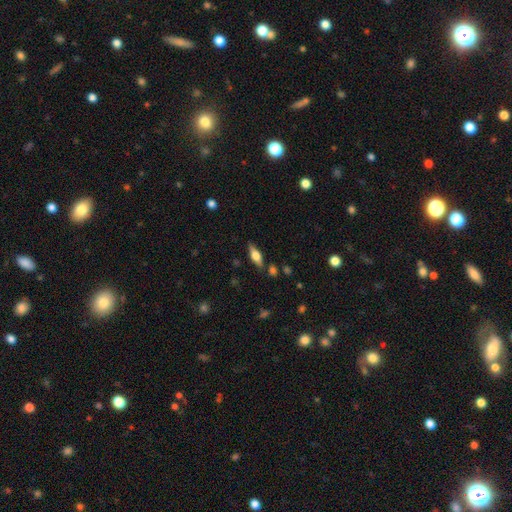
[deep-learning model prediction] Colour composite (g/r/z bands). It shows a smooth galaxy with no disk features (56%) that is in between round and cigar-shaped (67%). Merging: none (80%).